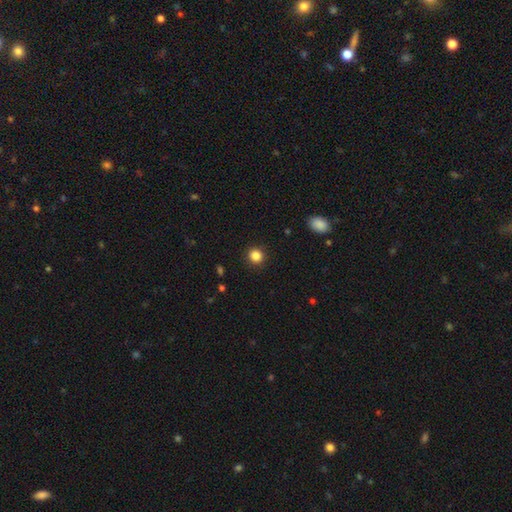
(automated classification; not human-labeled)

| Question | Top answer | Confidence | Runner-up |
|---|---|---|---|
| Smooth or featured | smooth | 86% | star or artifact (11%) |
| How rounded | round | 91% | in between (8%) |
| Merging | none | 92% | minor disturbance (5%) |